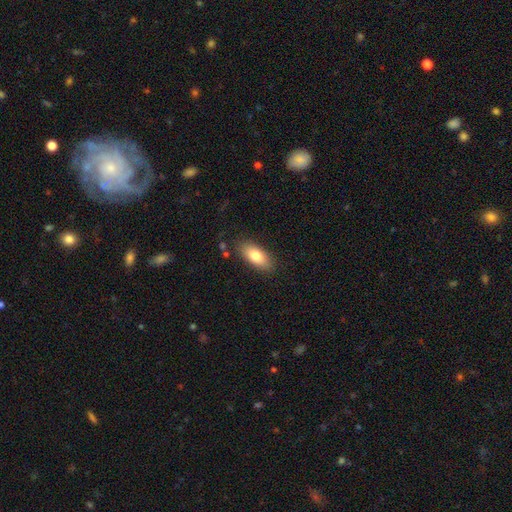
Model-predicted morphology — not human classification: A smooth galaxy with no disk features (79%) that is in between round and cigar-shaped (84%).

Vote fractions:
- Smooth or featured? smooth: 79% / featured or disk: 14% / star or artifact: 7%
- How rounded? in between: 84% / cigar-shaped: 13% / round: 3%
- Merging? none: 83% / minor disturbance: 12% / major disturbance: 3% / merger: 2%